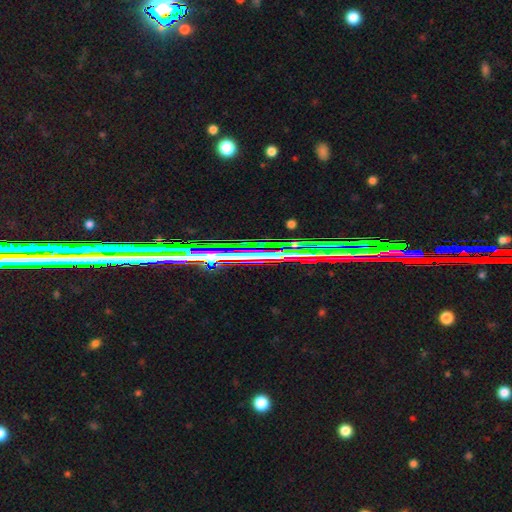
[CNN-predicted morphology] type=star or artifact (73%).